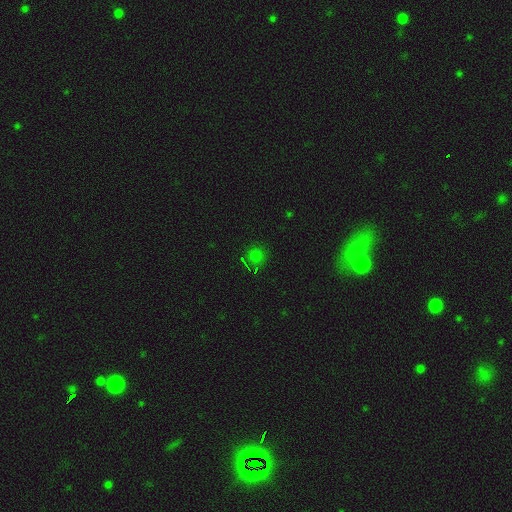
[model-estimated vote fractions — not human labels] Smooth or featured? Predicted: smooth (p=0.63). How rounded? Predicted: round (p=0.91). Merging? Predicted: none (p=0.83).